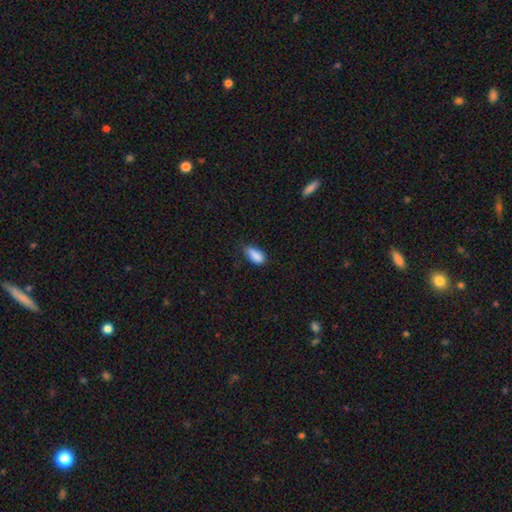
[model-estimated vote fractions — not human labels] Overall: smooth (88%). How rounded: in between (89%). Merging: none (60%; minor disturbance 32%).